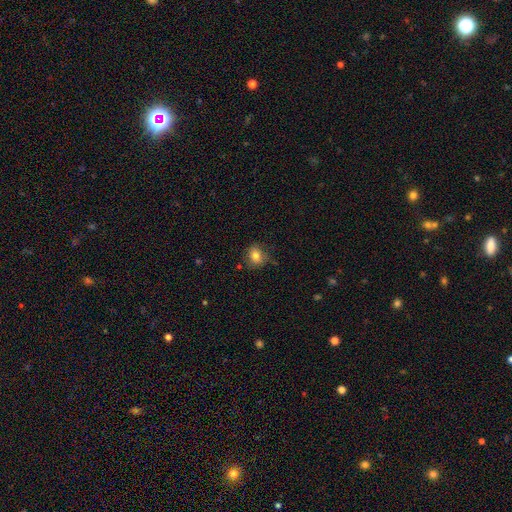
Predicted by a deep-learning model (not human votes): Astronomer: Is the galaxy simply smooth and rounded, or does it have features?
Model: smooth — 79%.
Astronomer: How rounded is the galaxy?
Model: round — 66%.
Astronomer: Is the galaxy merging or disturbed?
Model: none — 73%.